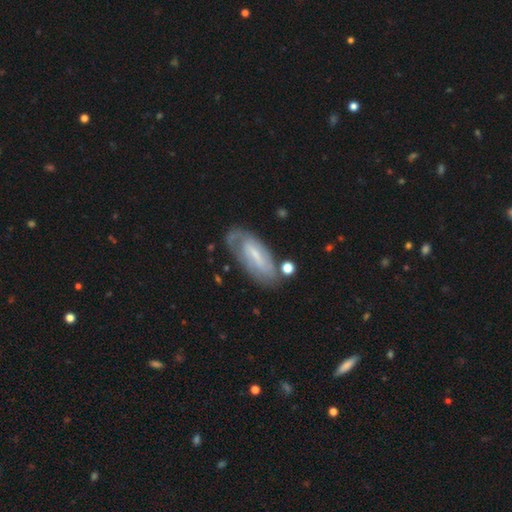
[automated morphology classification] Smooth or featured: featured or disk — 64% (smooth — 30%)
Edge-on disk: no — 88% (yes — 12%)
Bar: weak — 46% (strong — 31%)
Spiral arms: yes — 75% (no — 25%)
Bulge size: small — 58% (moderate — 23%)
Merging: none — 64% (minor disturbance — 22%)